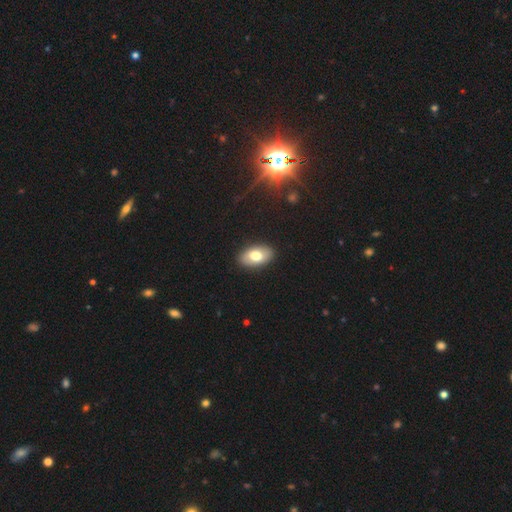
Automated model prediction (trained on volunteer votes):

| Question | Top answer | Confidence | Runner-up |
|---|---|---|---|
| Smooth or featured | smooth | 74% | featured or disk (19%) |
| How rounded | in between | 93% | round (5%) |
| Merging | none | 89% | minor disturbance (8%) |